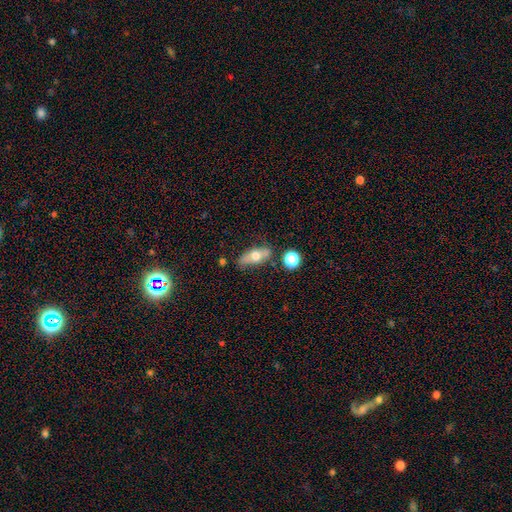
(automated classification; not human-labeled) A smooth galaxy with no disk features (54%) that is in between round and cigar-shaped (65%). Merging: none (72%).